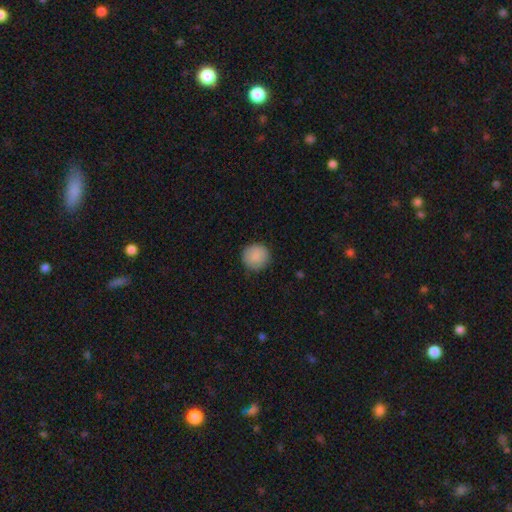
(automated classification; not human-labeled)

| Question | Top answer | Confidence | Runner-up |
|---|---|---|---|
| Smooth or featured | smooth | 88% | star or artifact (7%) |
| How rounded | round | 93% | in between (6%) |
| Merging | none | 88% | minor disturbance (9%) |